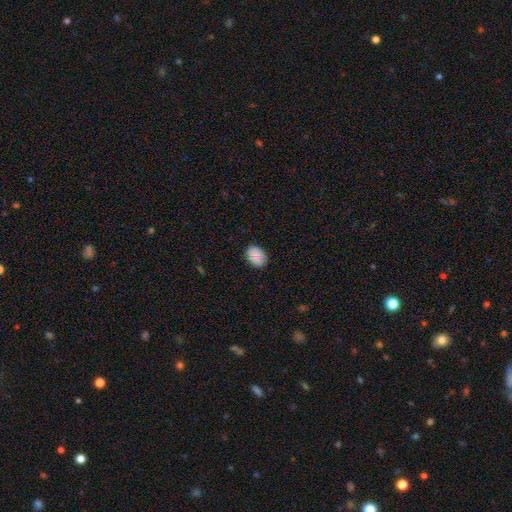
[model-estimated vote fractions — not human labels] Overall: smooth (89%). How rounded: in between (71%). Merging: none (86%).